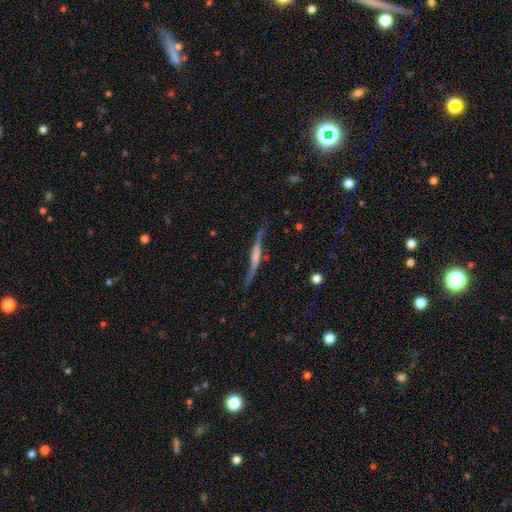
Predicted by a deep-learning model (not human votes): Smooth or featured?
  - featured or disk: 70% *
  - smooth: 24%
  - star or artifact: 6%
Edge-on disk?
  - yes: 85% *
  - no: 15%
Edge-on bulge?
  - none: 36% *
  - rounded: 34%
  - boxy: 30%
Merging?
  - none: 66% *
  - minor disturbance: 22%
  - major disturbance: 8%
  - merger: 3%